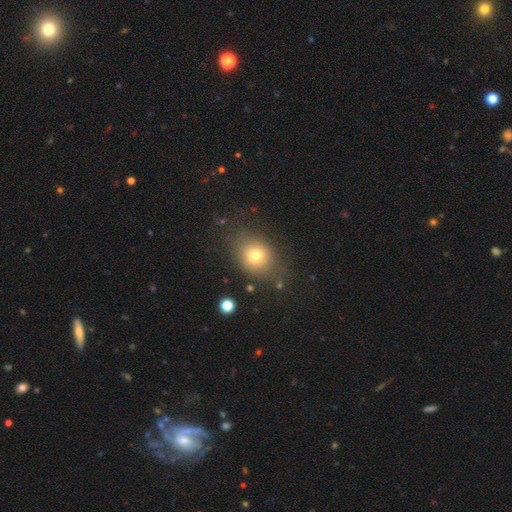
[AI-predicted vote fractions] A smooth galaxy with no disk features (73%) that is round (54%).

Vote fractions:
- Smooth or featured? smooth: 73% / star or artifact: 13% / featured or disk: 13%
- How rounded? round: 54% / in between: 44% / cigar-shaped: 1%
- Merging? none: 72% / minor disturbance: 17% / major disturbance: 8% / merger: 3%